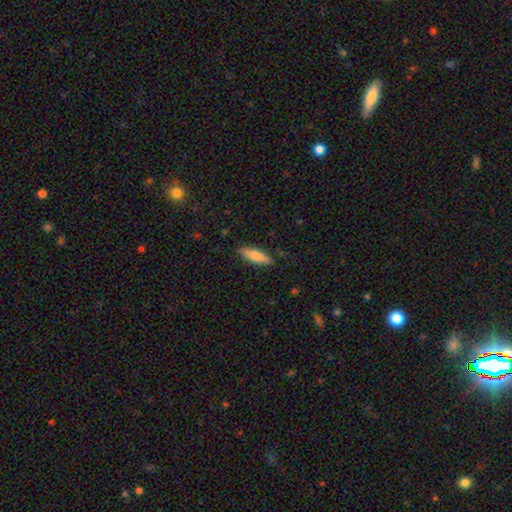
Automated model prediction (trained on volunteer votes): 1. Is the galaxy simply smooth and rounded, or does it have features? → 80% smooth, 15% featured or disk, 6% star or artifact.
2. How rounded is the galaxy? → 54% cigar-shaped, 44% in between, 2% round.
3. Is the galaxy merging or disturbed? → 85% none, 11% minor disturbance, 2% major disturbance, 1% merger.